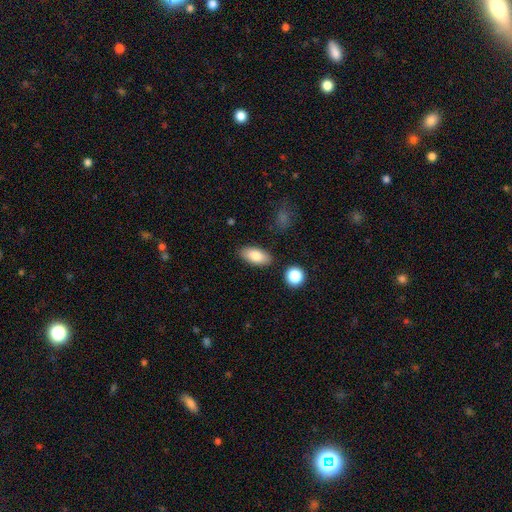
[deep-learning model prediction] Overall: smooth (82%). How rounded: in between (90%). Merging: none (86%).